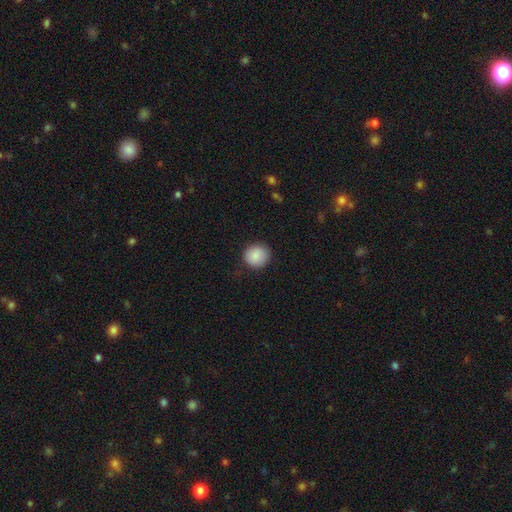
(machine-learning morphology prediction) Q: Smooth or featured?
A: smooth (88%); runner-up: star or artifact (8%)
Q: How rounded?
A: round (87%); runner-up: in between (12%)
Q: Merging?
A: none (84%); runner-up: minor disturbance (12%)